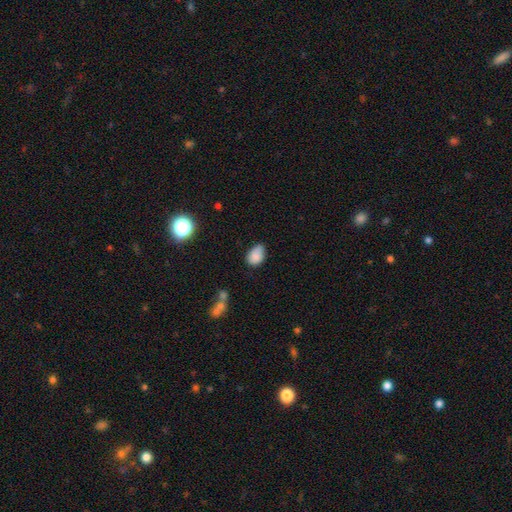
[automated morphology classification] Smooth or featured?
  - smooth: 85% *
  - star or artifact: 10%
  - featured or disk: 6%
How rounded?
  - in between: 76% *
  - round: 23%
  - cigar-shaped: 1%
Merging?
  - none: 59% *
  - minor disturbance: 31%
  - major disturbance: 6%
  - merger: 4%